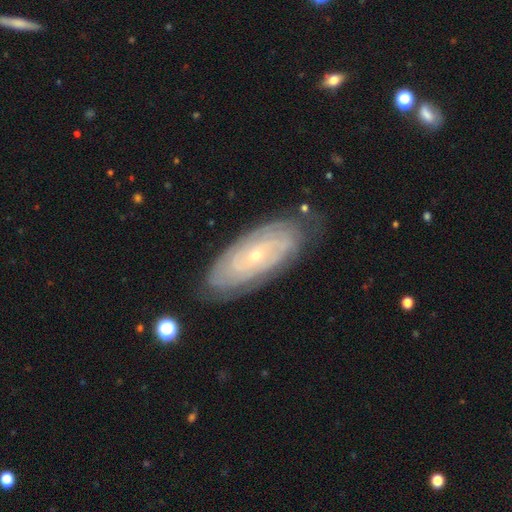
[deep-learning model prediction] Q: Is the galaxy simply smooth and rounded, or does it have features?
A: featured or disk — 82%.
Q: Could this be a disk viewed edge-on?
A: no — 91%.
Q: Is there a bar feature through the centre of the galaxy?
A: no — 77%.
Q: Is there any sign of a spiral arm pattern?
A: yes — 92%.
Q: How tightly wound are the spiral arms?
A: tight — 83%.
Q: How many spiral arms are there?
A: can't tell — 49%.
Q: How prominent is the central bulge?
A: small — 82%.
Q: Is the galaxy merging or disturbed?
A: none — 80%.